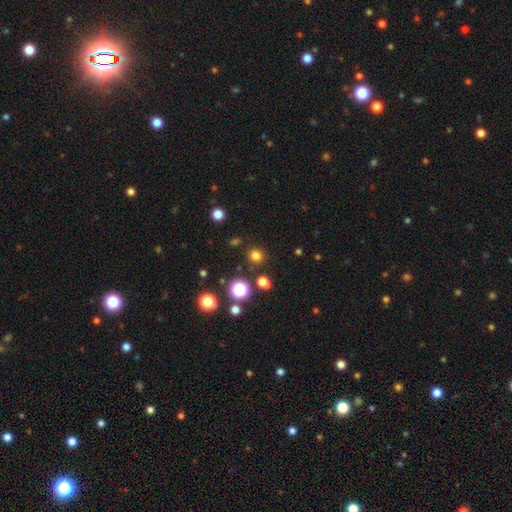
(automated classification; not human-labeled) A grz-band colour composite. It shows a smooth galaxy with no disk features (76%) that is round (90%). Merging: none (87%).